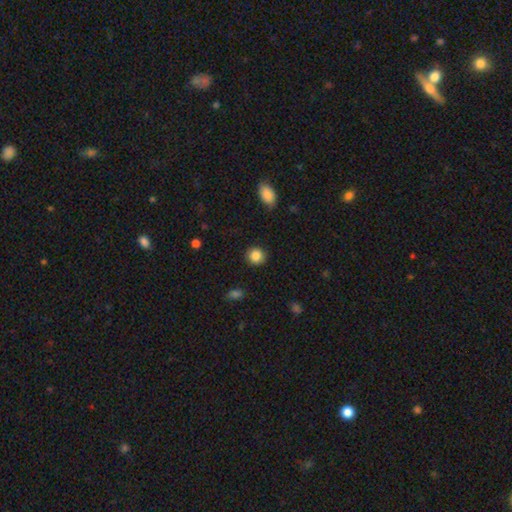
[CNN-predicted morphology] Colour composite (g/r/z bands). It shows a smooth galaxy with no disk features (86%) that is round (87%). Merging: none (90%).